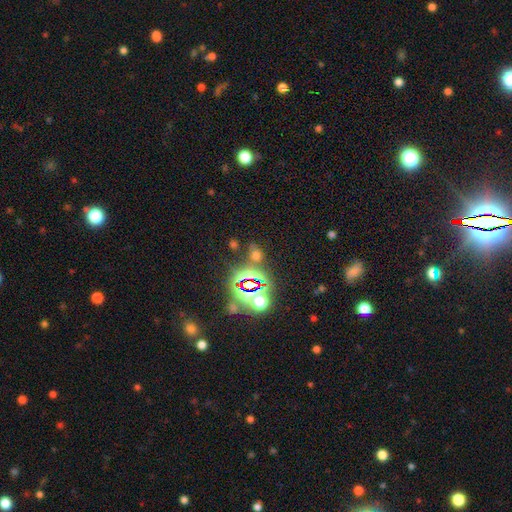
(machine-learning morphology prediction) Smooth or featured: star or artifact — 51% (smooth — 41%)